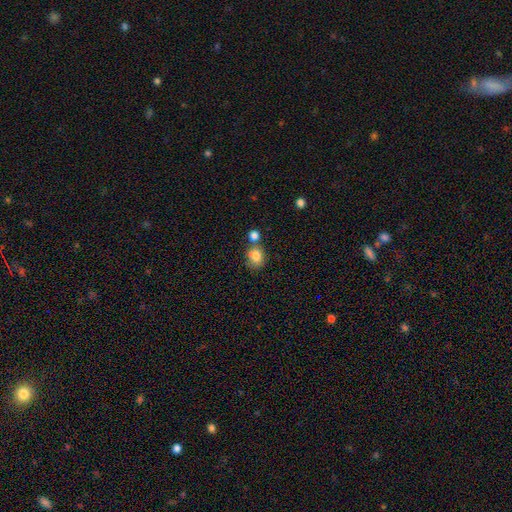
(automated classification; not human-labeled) Overall: smooth (83%). How rounded: round (59%; in between 40%). Merging: none (53%; merger 28%).